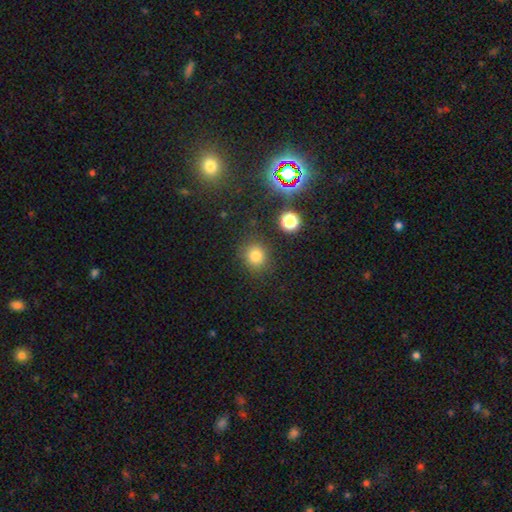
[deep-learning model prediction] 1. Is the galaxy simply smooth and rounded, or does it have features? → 78% smooth, 16% star or artifact, 6% featured or disk.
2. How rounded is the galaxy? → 83% round, 16% in between, 1% cigar-shaped.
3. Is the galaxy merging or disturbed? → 83% none, 10% minor disturbance, 4% major disturbance, 3% merger.